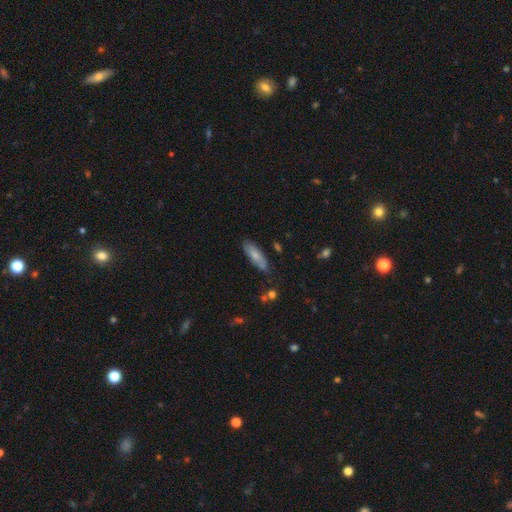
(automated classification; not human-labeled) Smooth or featured?
  - smooth: 72% *
  - featured or disk: 22%
  - star or artifact: 6%
How rounded?
  - in between: 60% *
  - cigar-shaped: 38%
  - round: 2%
Merging?
  - none: 76% *
  - minor disturbance: 18%
  - major disturbance: 3%
  - merger: 3%